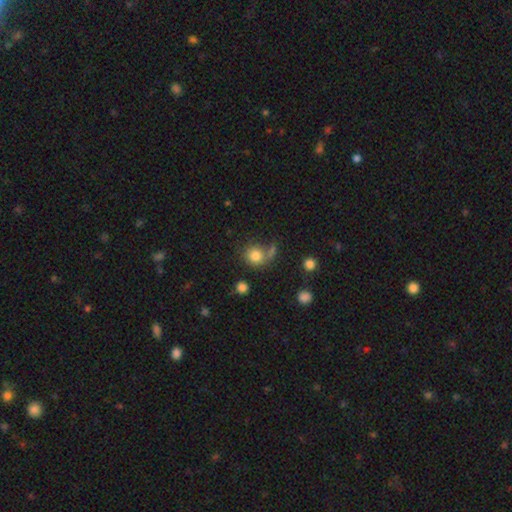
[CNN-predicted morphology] This is likely a smooth galaxy (80%). How rounded: clearly round (85%). Merging: possibly none (58%).